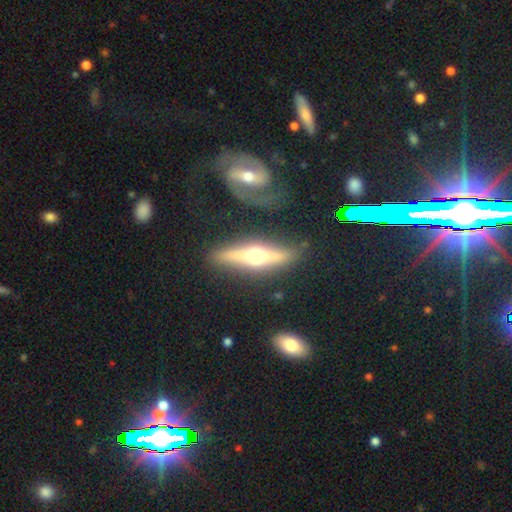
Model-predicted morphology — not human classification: Smooth or featured? featured or disk (70%)
Edge-on disk? yes (92%)
Edge-on bulge? rounded (95%)
Merging? none (80%)